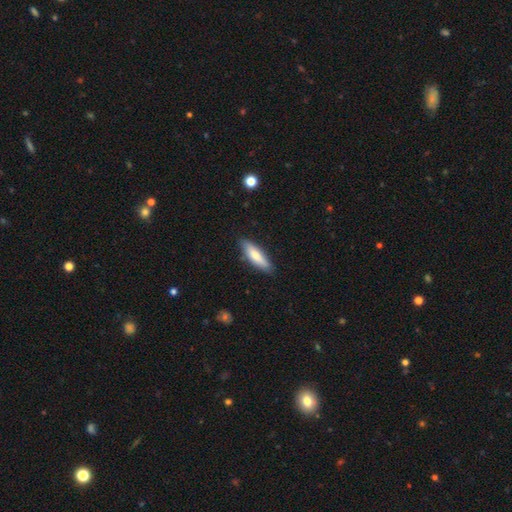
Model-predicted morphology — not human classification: smooth 71%, featured or disk 23%, star or artifact 6%. Down the decision tree: how rounded — cigar-shaped (62%); merging — none (84%).